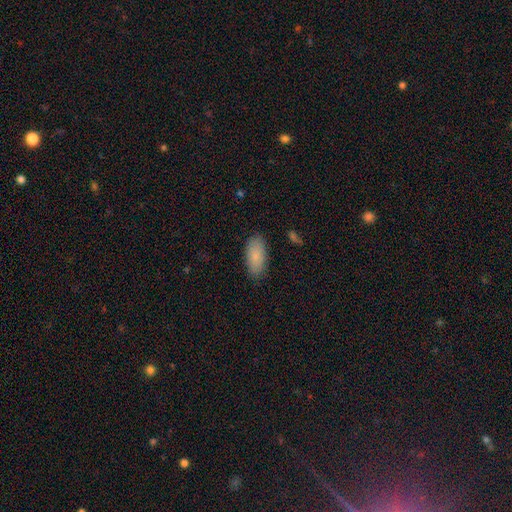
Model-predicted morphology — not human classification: This is clearly a smooth galaxy (87%). How rounded: clearly in between (92%). Merging: clearly none (85%).